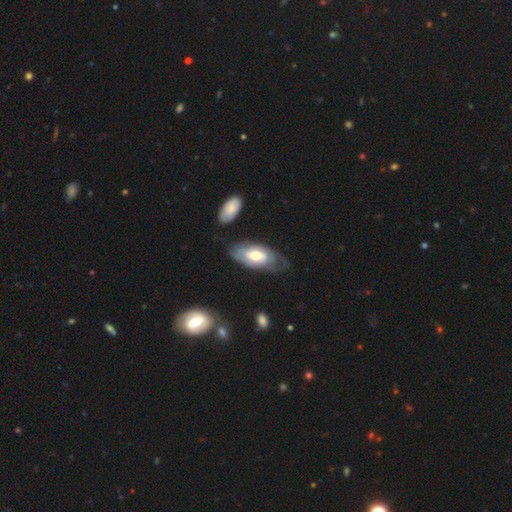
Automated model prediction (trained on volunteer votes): smooth_or_featured: featured or disk (p=0.57) [alt: smooth p=0.38]
disk_edge_on: no (p=0.88) [alt: yes p=0.12]
merging: none (p=0.56) [alt: minor disturbance p=0.27]